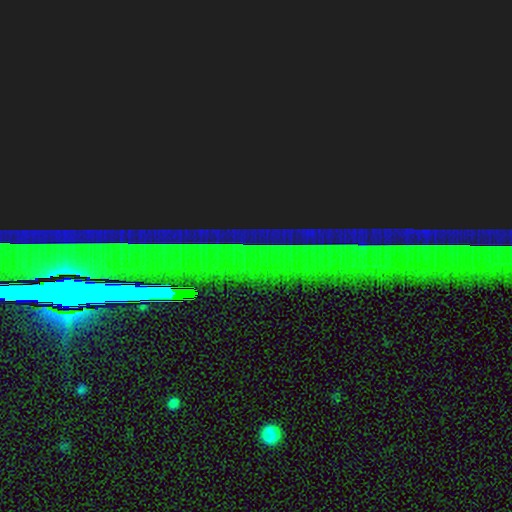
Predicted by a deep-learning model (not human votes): star or artifact 85%, featured or disk 8%, smooth 7%.